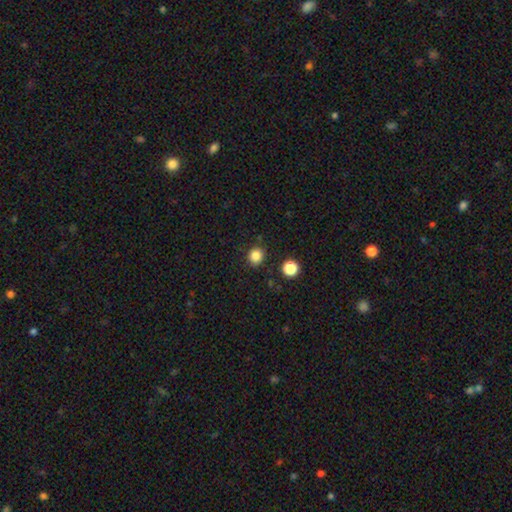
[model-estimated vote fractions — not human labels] smooth_or_featured: smooth (p=0.84) [alt: star or artifact p=0.12]
how_rounded: round (p=0.84) [alt: in between p=0.15]
merging: none (p=0.87) [alt: minor disturbance p=0.08]